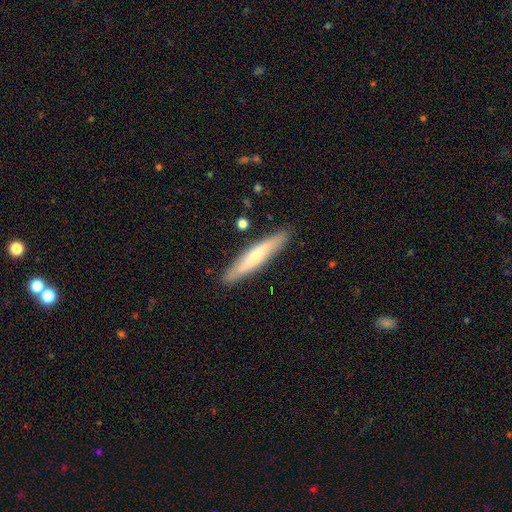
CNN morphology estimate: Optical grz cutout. It shows a smooth galaxy with no disk features (56%) that is cigar-shaped (90%). Merging: none (89%).